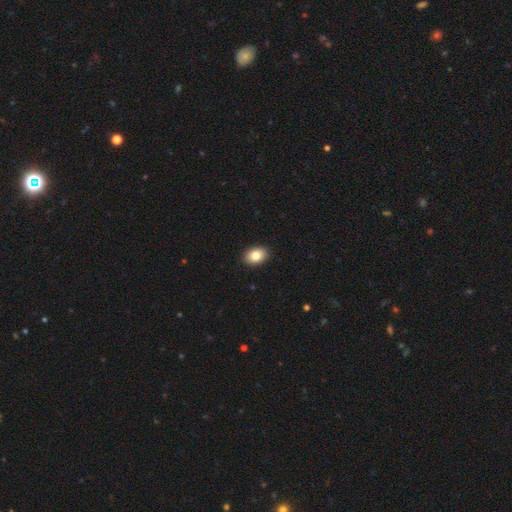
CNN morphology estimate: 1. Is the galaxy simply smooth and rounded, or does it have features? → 83% smooth, 8% featured or disk, 8% star or artifact.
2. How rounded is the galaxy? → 77% in between, 22% round, 1% cigar-shaped.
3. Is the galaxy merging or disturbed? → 91% none, 6% minor disturbance, 2% major disturbance, 1% merger.